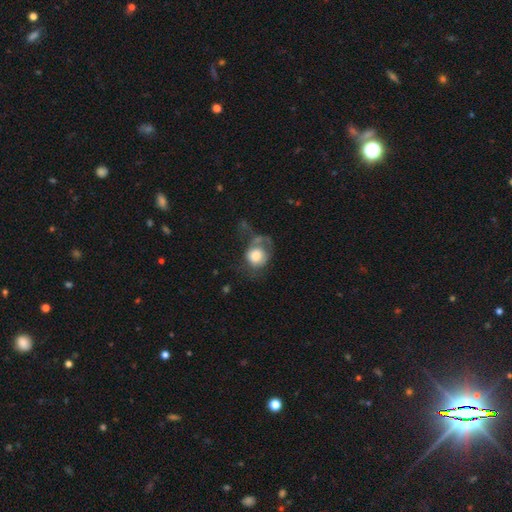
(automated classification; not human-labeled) smooth_or_featured: smooth (p=0.69) [alt: featured or disk p=0.24]
how_rounded: round (p=0.73) [alt: in between p=0.26]
merging: major disturbance (p=0.41) [alt: none p=0.29]